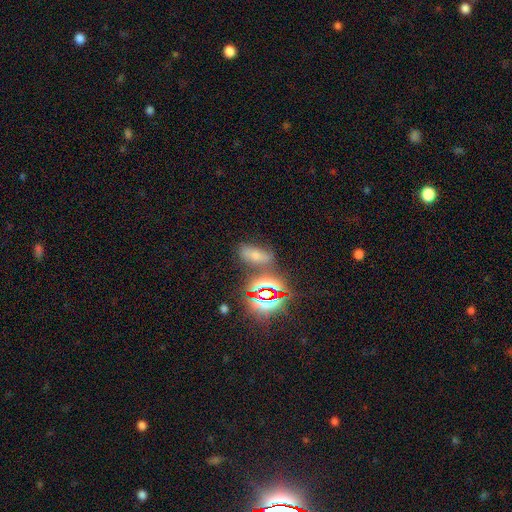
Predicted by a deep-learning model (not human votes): Overall: smooth (50%; star or artifact 35%). Merging: none (63%).